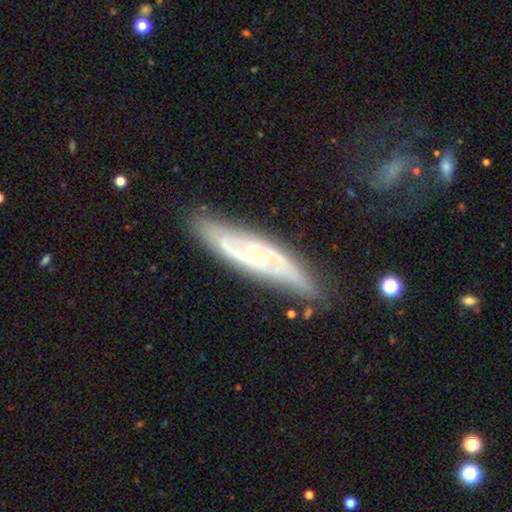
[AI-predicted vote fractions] smooth-or-featured: featured or disk: 81% | smooth: 13% | star or artifact: 6%
  disk-edge-on: no: 75% | yes: 25%
    bar: no: 45% | weak: 41% | strong: 14%
    has-spiral-arms: yes: 92% | no: 8%
      spiral-winding: medium: 45% | tight: 38% | loose: 17%
      spiral-arm-count: 2: 63% | can't tell: 22% | 3: 7% | 1: 3% | 4: 3% | more than 4: 2%
    bulge-size: small: 67% | moderate: 27% | none: 3% | large: 2% | dominant: 1%
  merging: none: 77% | minor disturbance: 17% | major disturbance: 5% | merger: 2%